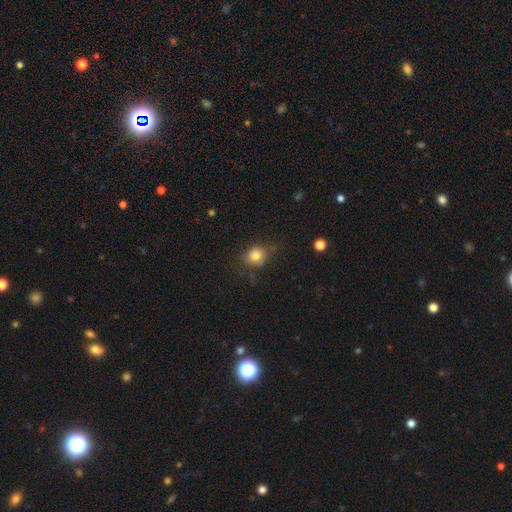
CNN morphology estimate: smooth-or-featured: smooth: 80% | star or artifact: 12% | featured or disk: 8%
  how-rounded: round: 80% | in between: 19% | cigar-shaped: 1%
  merging: none: 70% | minor disturbance: 20% | major disturbance: 6% | merger: 3%